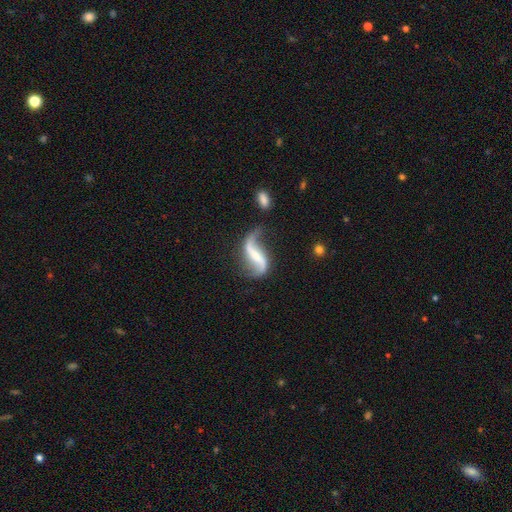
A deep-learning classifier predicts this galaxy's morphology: Q: Smooth or featured?
A: featured or disk (86%); runner-up: smooth (8%)
Q: Edge-on disk?
A: no (95%); runner-up: yes (5%)
Q: Bar?
A: strong (49%); runner-up: weak (31%)
Q: Spiral arms?
A: yes (94%); runner-up: no (6%)
Q: Spiral winding?
A: loose (91%); runner-up: medium (6%)
Q: Spiral arm count?
A: 2 (89%); runner-up: 1 (6%)
Q: Bulge size?
A: small (39%); runner-up: none (36%)
Q: Merging?
A: none (56%); runner-up: minor disturbance (19%)